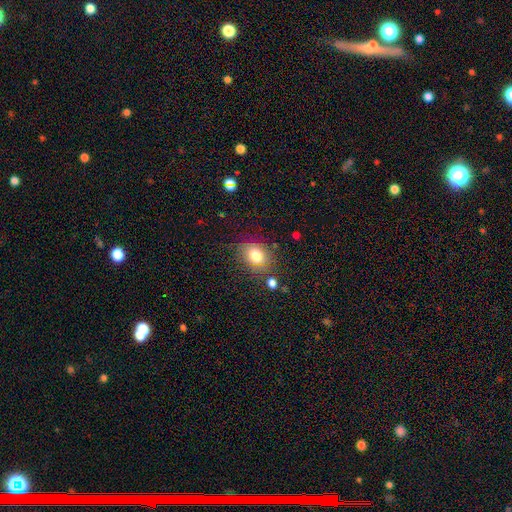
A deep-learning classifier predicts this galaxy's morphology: A smooth galaxy with no disk features (78%) that is in between round and cigar-shaped (58%).

Vote fractions:
- Smooth or featured? smooth: 78% / featured or disk: 12% / star or artifact: 11%
- How rounded? in between: 58% / round: 41% / cigar-shaped: 1%
- Merging? none: 75% / minor disturbance: 16% / major disturbance: 5% / merger: 4%